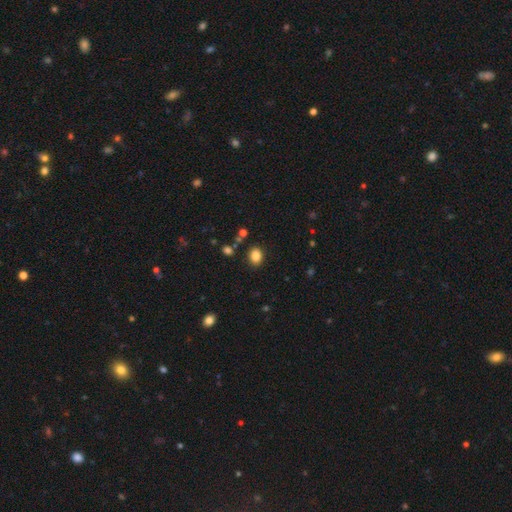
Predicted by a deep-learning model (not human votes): A smooth galaxy with no disk features (85%) that is in between round and cigar-shaped (55%).

Vote fractions:
- Smooth or featured? smooth: 85% / star or artifact: 11% / featured or disk: 4%
- How rounded? in between: 55% / round: 44% / cigar-shaped: 1%
- Merging? none: 85% / minor disturbance: 9% / merger: 3% / major disturbance: 3%